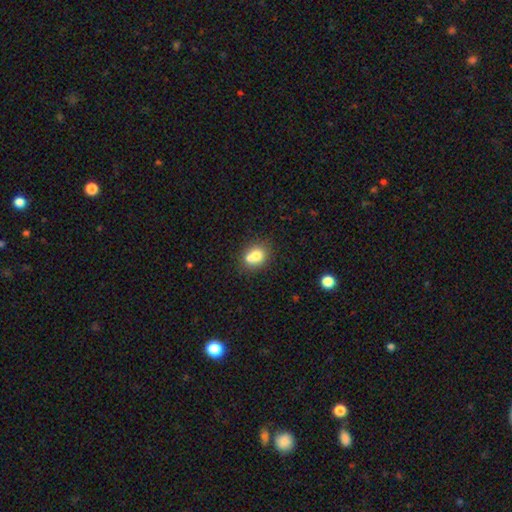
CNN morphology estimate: Smooth or featured? smooth (73%)
How rounded? round (54%)
Merging? none (43%)